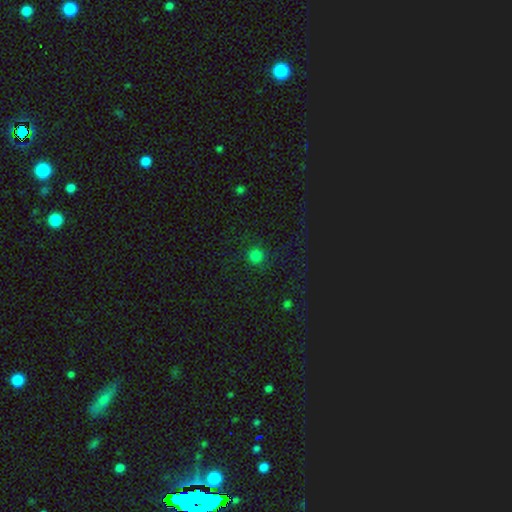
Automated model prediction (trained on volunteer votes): Q: Smooth or featured?
A: smooth (77%); runner-up: star or artifact (18%)
Q: How rounded?
A: round (94%); runner-up: in between (5%)
Q: Merging?
A: none (86%); runner-up: minor disturbance (8%)